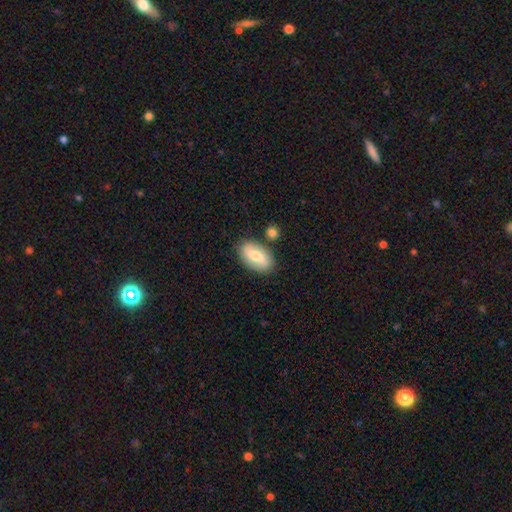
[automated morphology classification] smooth-or-featured: smooth: 62% | featured or disk: 31% | star or artifact: 7%
  how-rounded: in between: 91% | round: 5% | cigar-shaped: 5%
  merging: none: 78% | minor disturbance: 13% | merger: 6% | major disturbance: 3%